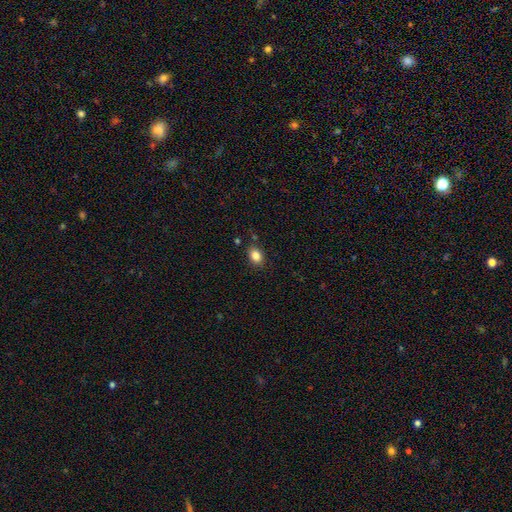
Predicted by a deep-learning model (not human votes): Q: Smooth or featured?
A: smooth (84%); runner-up: star or artifact (10%)
Q: How rounded?
A: in between (71%); runner-up: round (27%)
Q: Merging?
A: none (83%); runner-up: minor disturbance (12%)